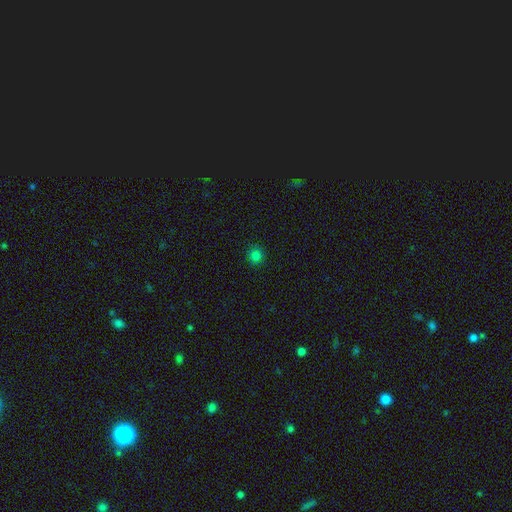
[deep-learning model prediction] smooth 81%, star or artifact 15%, featured or disk 4%. Down the decision tree: how rounded — round (91%); merging — none (91%).